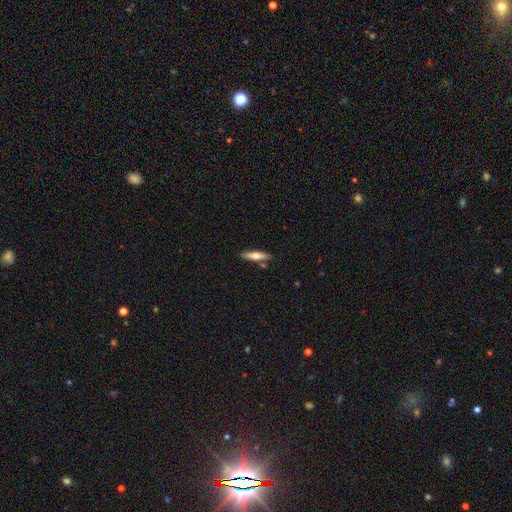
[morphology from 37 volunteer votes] Overall: smooth (59%; featured or disk 32%). How rounded: cigar-shaped (86%). Merging: none (65%).